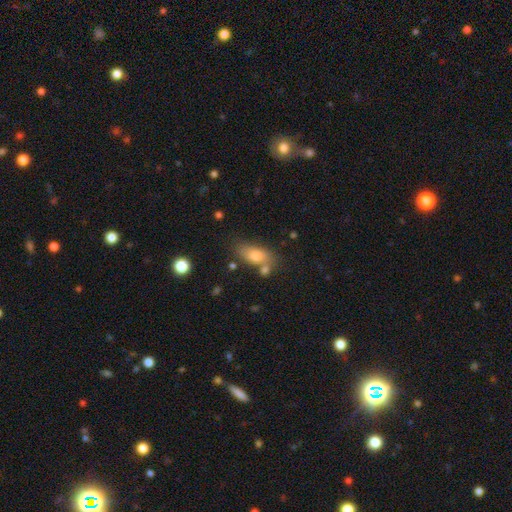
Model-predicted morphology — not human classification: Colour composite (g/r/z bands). It shows a smooth galaxy with no disk features (77%) that is in between round and cigar-shaped (81%). Merging: none (62%).